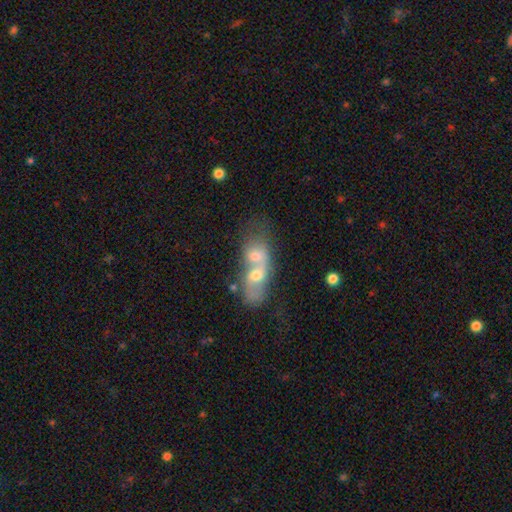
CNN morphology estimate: smooth_or_featured: smooth (p=0.51) [alt: featured or disk p=0.40]
how_rounded: in between (p=0.71) [alt: round p=0.23]
merging: merger (p=0.79) [alt: none p=0.10]